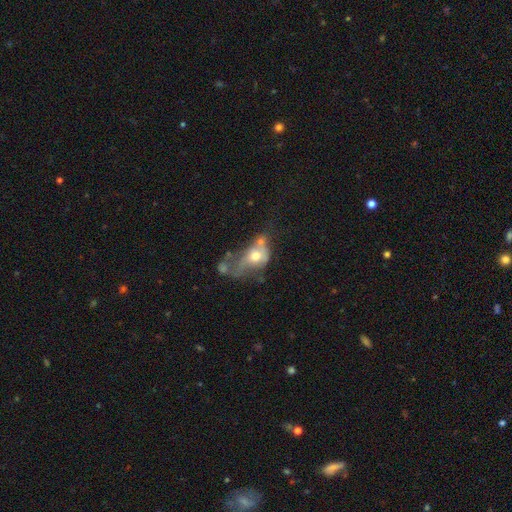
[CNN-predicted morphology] Smooth or featured? Predicted: smooth (p=0.51). How rounded? Predicted: in between (p=0.73). Merging? Predicted: major disturbance (p=0.38).